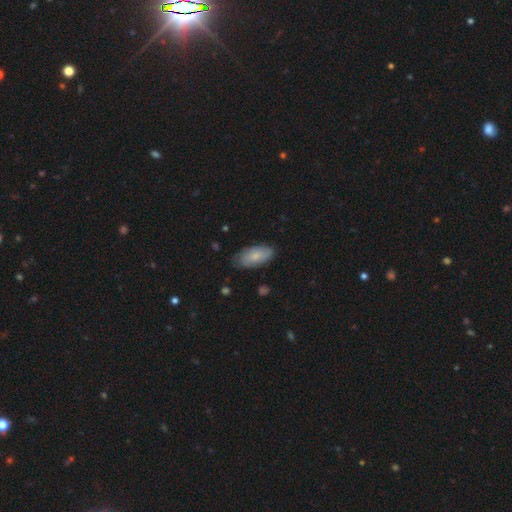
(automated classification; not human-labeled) Overall: smooth (71%). How rounded: in between (89%). Merging: none (76%).